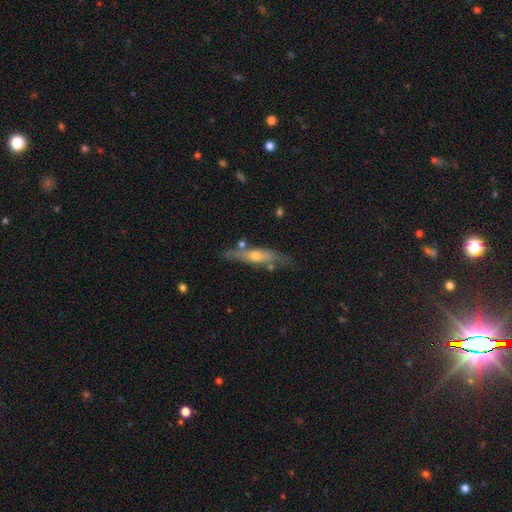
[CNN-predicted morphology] Smooth or featured?
  - featured or disk: 59% *
  - smooth: 35%
  - star or artifact: 7%
Edge-on disk?
  - yes: 77% *
  - no: 23%
Merging?
  - none: 68% *
  - minor disturbance: 19%
  - merger: 7%
  - major disturbance: 5%